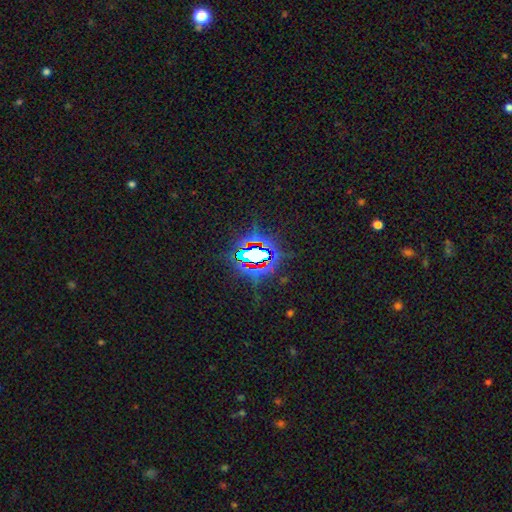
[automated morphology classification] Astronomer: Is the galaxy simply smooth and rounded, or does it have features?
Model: star or artifact — 76%.